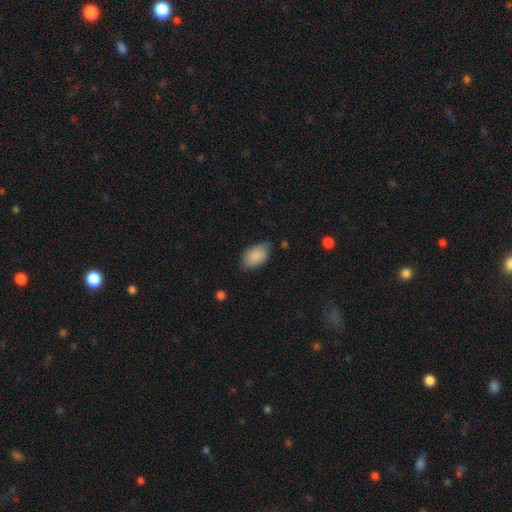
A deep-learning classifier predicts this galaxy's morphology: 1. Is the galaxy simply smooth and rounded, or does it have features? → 89% smooth, 6% star or artifact, 5% featured or disk.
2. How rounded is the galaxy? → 92% in between, 6% round, 1% cigar-shaped.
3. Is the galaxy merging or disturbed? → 70% none, 24% minor disturbance, 4% major disturbance, 1% merger.